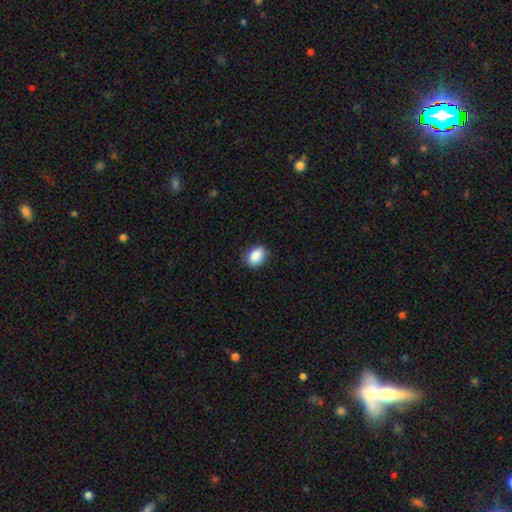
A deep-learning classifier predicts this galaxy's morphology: A smooth galaxy with no disk features (88%) that is in between round and cigar-shaped (77%). Merging: none (86%).